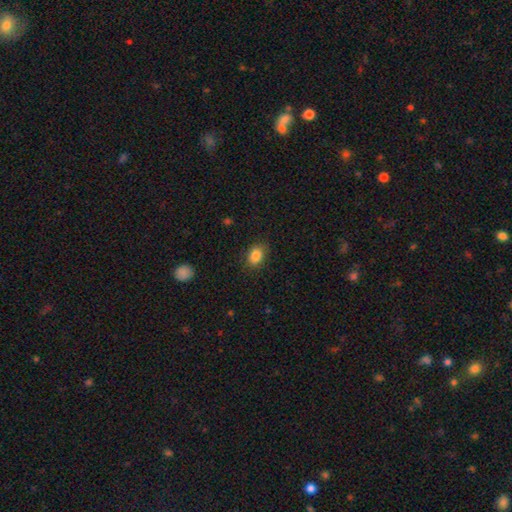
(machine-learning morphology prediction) This is clearly a smooth galaxy (85%). How rounded: likely in between (73%). Merging: clearly none (81%).